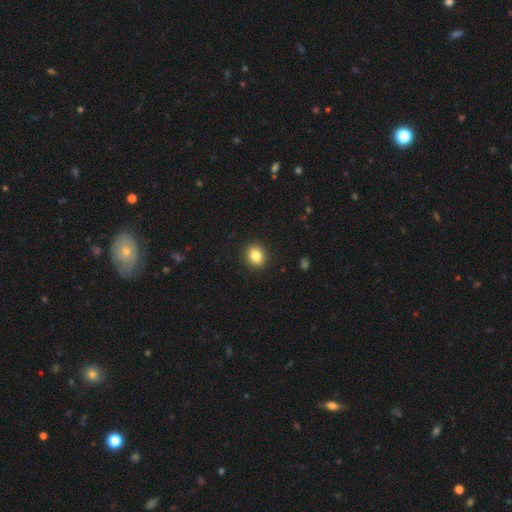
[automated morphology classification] Smooth or featured? Predicted: smooth (p=0.84). How rounded? Predicted: round (p=0.67). Merging? Predicted: none (p=0.92).